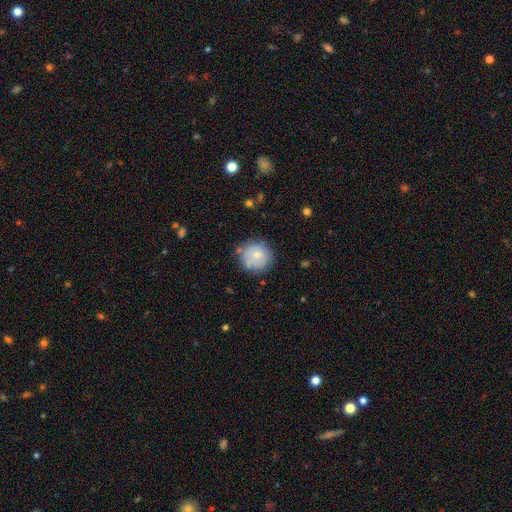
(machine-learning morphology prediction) Overall: smooth (71%). How rounded: round (90%). Merging: none (70%).